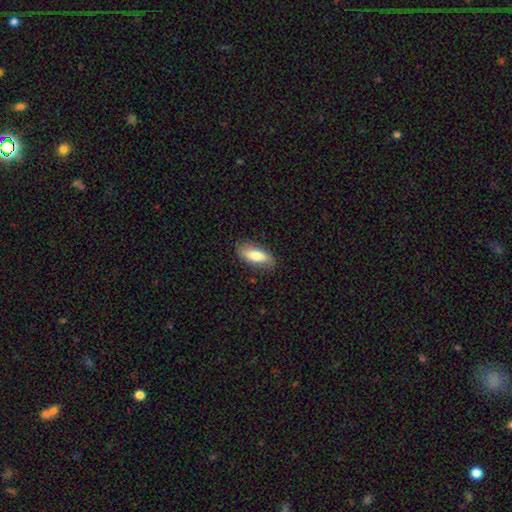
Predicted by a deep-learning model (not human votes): smooth-or-featured: smooth: 72% | featured or disk: 21% | star or artifact: 6%
  how-rounded: in between: 77% | cigar-shaped: 20% | round: 3%
  merging: none: 79% | minor disturbance: 16% | major disturbance: 3% | merger: 1%